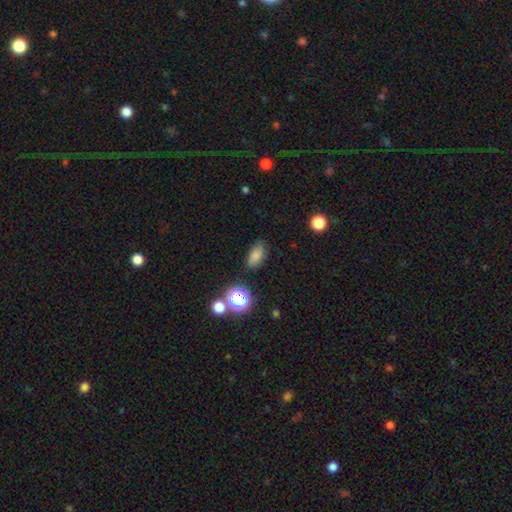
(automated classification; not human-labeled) smooth-or-featured: smooth: 79% | star or artifact: 14% | featured or disk: 7%
  how-rounded: in between: 85% | round: 10% | cigar-shaped: 6%
  merging: none: 79% | minor disturbance: 14% | major disturbance: 4% | merger: 3%